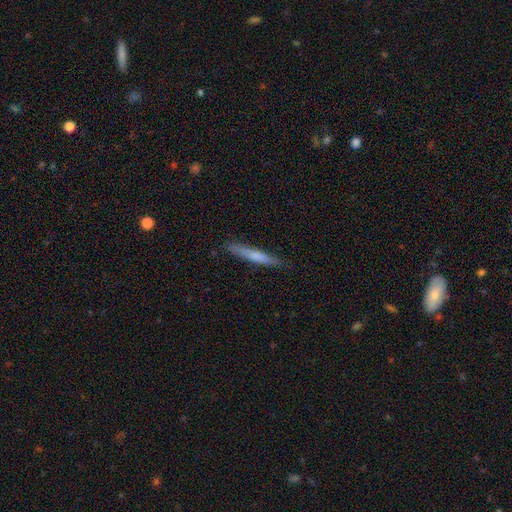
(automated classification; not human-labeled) This appears to be a smooth galaxy with no disk features (66%) that is cigar-shaped (95%). Merging: none (85%).